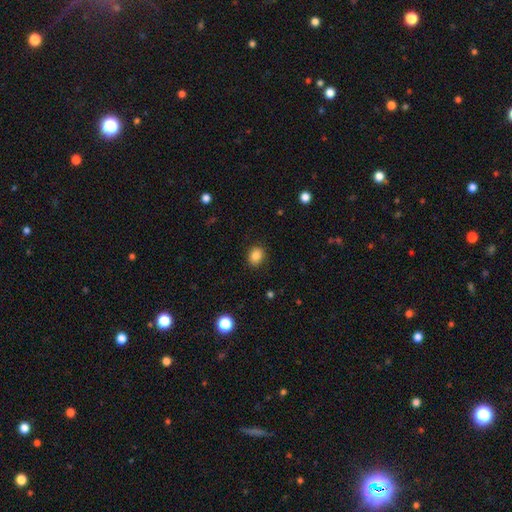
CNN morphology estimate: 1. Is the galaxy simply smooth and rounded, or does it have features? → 85% smooth, 10% star or artifact, 5% featured or disk.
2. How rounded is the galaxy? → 58% round, 41% in between, 1% cigar-shaped.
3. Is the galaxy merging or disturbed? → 88% none, 9% minor disturbance, 2% major disturbance, 1% merger.